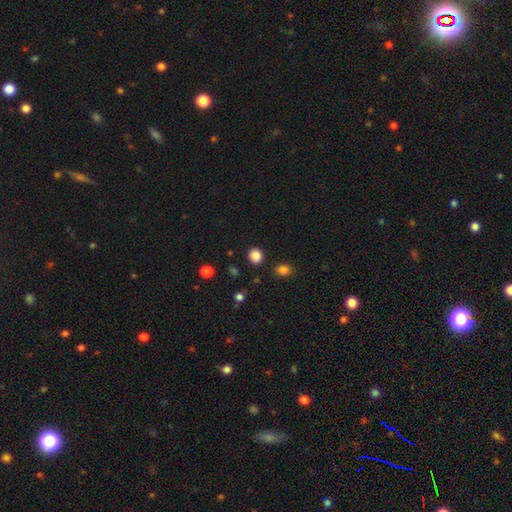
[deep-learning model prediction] Smooth or featured? Predicted: smooth (p=0.86). How rounded? Predicted: round (p=0.74). Merging? Predicted: none (p=0.87).